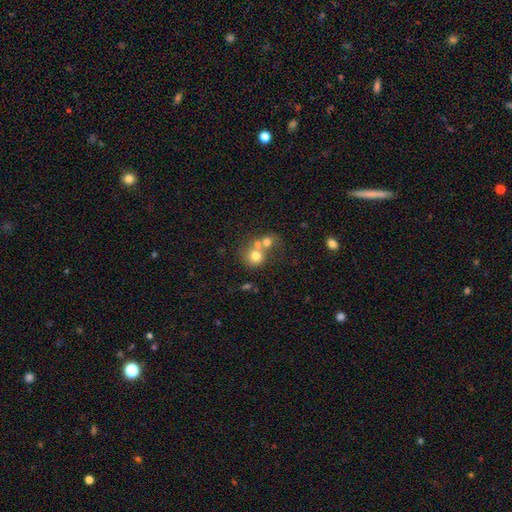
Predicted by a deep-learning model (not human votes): smooth 69%, featured or disk 19%, star or artifact 11%. Down the decision tree: how rounded — round (80%); merging — merger (58%).